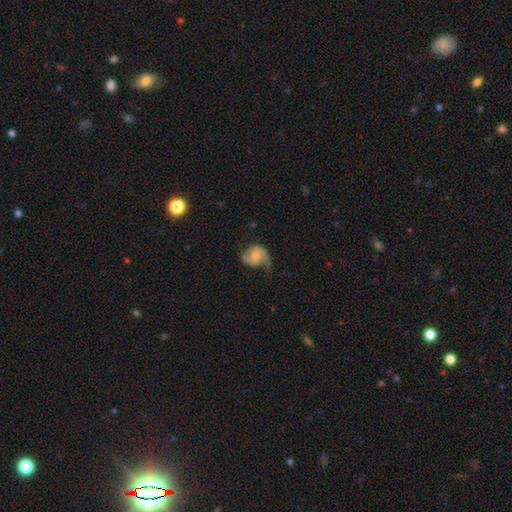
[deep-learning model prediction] Smooth or featured?
  - featured or disk: 84% *
  - smooth: 11%
  - star or artifact: 5%
Edge-on disk?
  - no: 98% *
  - yes: 2%
Bar?
  - no: 65% *
  - weak: 30%
  - strong: 5%
Spiral arms?
  - yes: 97% *
  - no: 3%
Spiral winding?
  - medium: 50% *
  - loose: 31%
  - tight: 19%
Spiral arm count?
  - 2: 87% *
  - 1: 6%
  - can't tell: 3%
  - 3: 2%
  - 4: 1%
  - more than 4: 1%
Bulge size?
  - moderate: 45% *
  - small: 43%
  - none: 8%
  - large: 3%
  - dominant: 1%
Merging?
  - none: 62% *
  - minor disturbance: 24%
  - major disturbance: 13%
  - merger: 2%